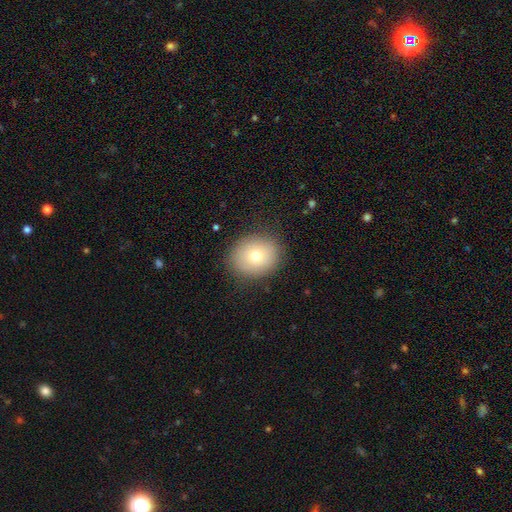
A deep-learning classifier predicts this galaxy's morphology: Smooth or featured?
  - smooth: 74% *
  - featured or disk: 15%
  - star or artifact: 11%
How rounded?
  - round: 69% *
  - in between: 30%
  - cigar-shaped: 1%
Merging?
  - none: 86% *
  - minor disturbance: 10%
  - major disturbance: 3%
  - merger: 1%